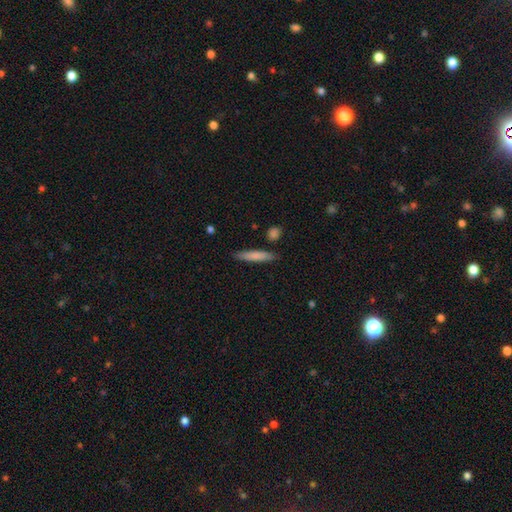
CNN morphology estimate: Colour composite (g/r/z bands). It shows a smooth galaxy with no disk features (76%) that is cigar-shaped (90%). Merging: none (85%).